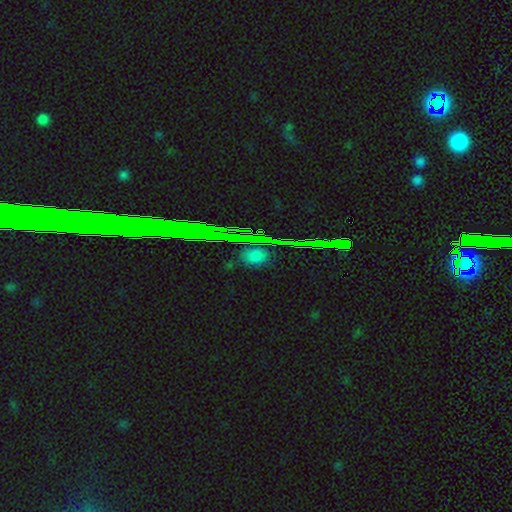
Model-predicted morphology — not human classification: smooth_or_featured: smooth (p=0.45) [alt: star or artifact p=0.44]
merging: none (p=0.81) [alt: minor disturbance p=0.12]